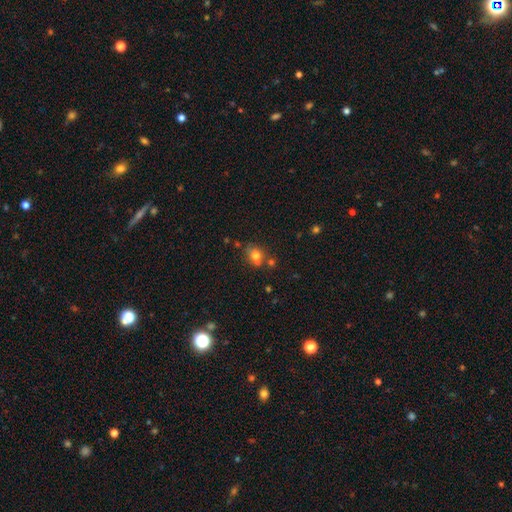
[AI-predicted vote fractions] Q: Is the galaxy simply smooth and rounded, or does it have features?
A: smooth — 75%.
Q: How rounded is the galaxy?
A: round — 52%.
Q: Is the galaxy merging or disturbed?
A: none — 61%.